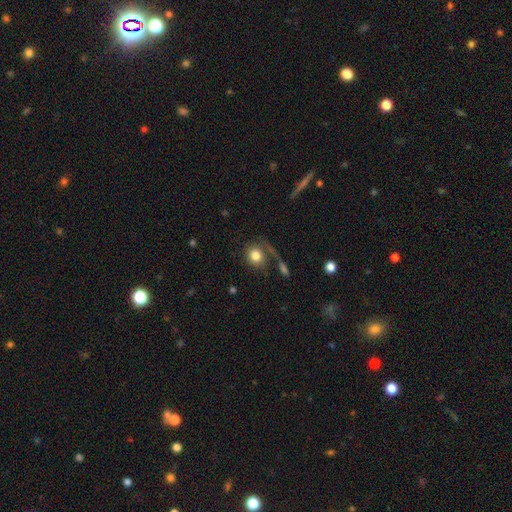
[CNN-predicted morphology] Smooth or featured?
  - smooth: 78% *
  - featured or disk: 13%
  - star or artifact: 9%
How rounded?
  - round: 78% *
  - in between: 21%
  - cigar-shaped: 1%
Merging?
  - none: 57% *
  - major disturbance: 16%
  - minor disturbance: 14%
  - merger: 13%